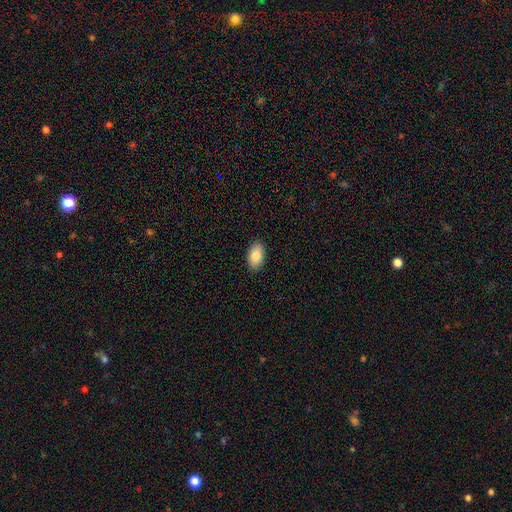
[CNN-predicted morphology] A smooth galaxy with no disk features (84%) that is in between round and cigar-shaped (94%). Merging: none (90%).